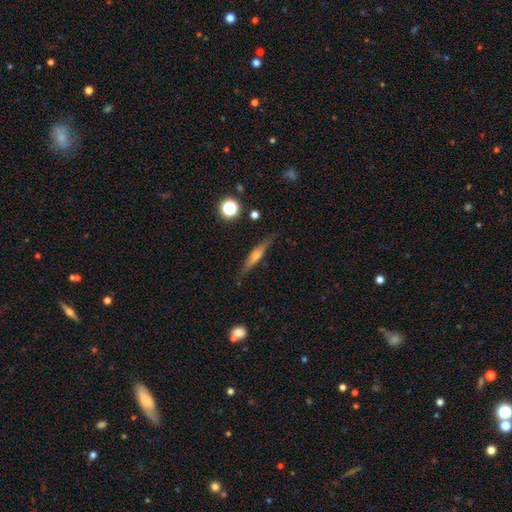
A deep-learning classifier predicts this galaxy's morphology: featured or disk 53%, smooth 38%, star or artifact 8%. Down the decision tree: edge-on disk — yes (95%); edge-on bulge — rounded (64%); merging — none (84%).